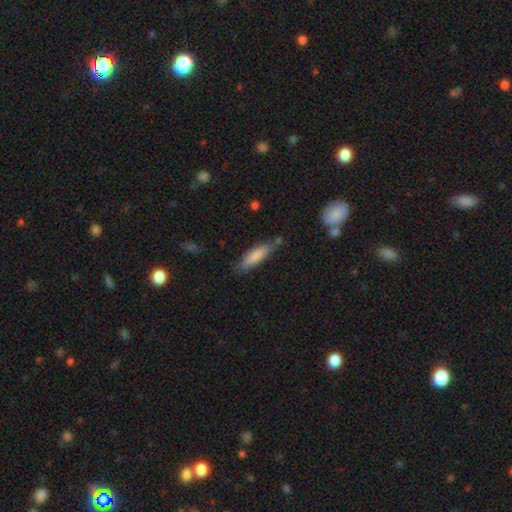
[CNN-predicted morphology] smooth_or_featured: smooth (p=0.78) [alt: featured or disk p=0.16]
how_rounded: cigar-shaped (p=0.70) [alt: in between p=0.28]
merging: none (p=0.68) [alt: minor disturbance p=0.22]